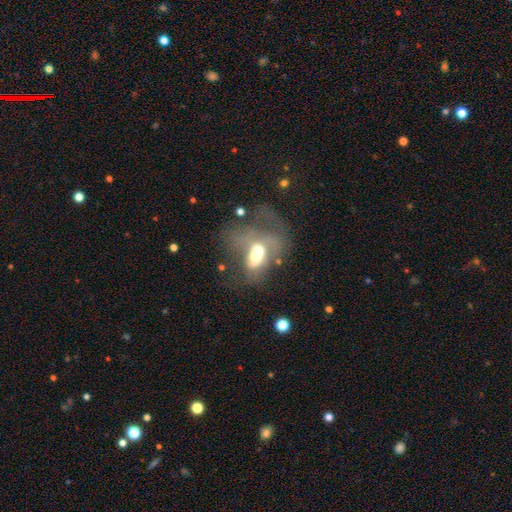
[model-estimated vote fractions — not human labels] Smooth or featured? Predicted: featured or disk (p=0.45). Merging? Predicted: merger (p=0.66).